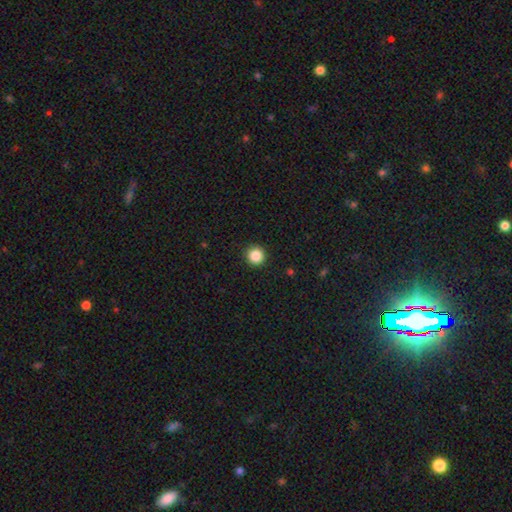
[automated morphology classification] A smooth galaxy with no disk features (87%) that is round (95%).

Vote fractions:
- Smooth or featured? smooth: 87% / star or artifact: 10% / featured or disk: 3%
- How rounded? round: 95% / in between: 4% / cigar-shaped: 1%
- Merging? none: 92% / minor disturbance: 5% / major disturbance: 2% / merger: 1%